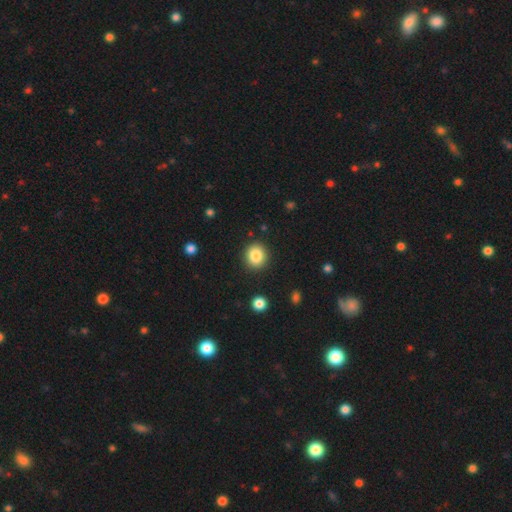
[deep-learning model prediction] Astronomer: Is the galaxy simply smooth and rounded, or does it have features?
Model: smooth — 86%.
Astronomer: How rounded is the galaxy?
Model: round — 82%.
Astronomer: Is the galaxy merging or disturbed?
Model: none — 90%.